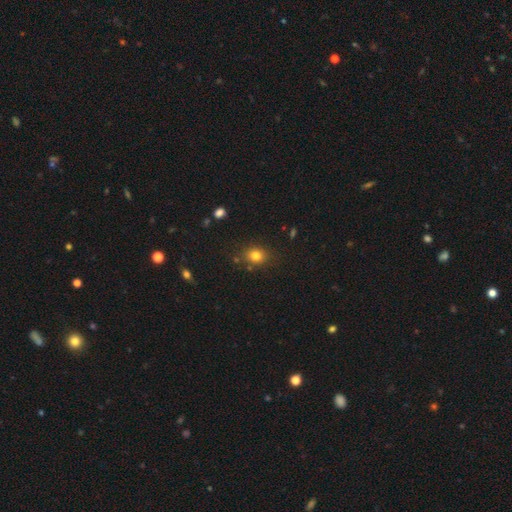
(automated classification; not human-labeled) Overall: smooth (79%). How rounded: round (63%; in between 36%). Merging: none (81%).